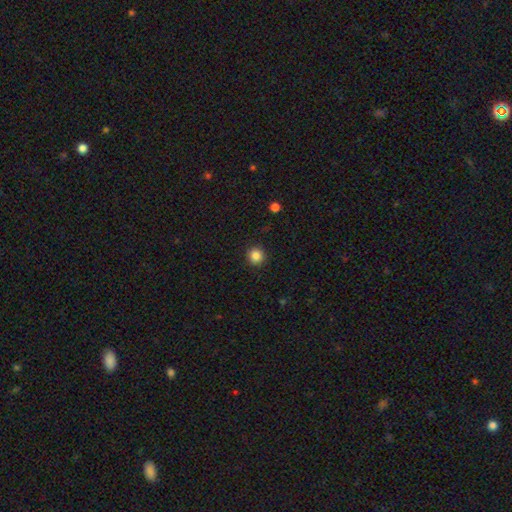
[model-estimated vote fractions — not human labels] A smooth galaxy with no disk features (85%) that is round (95%). Merging: none (92%).